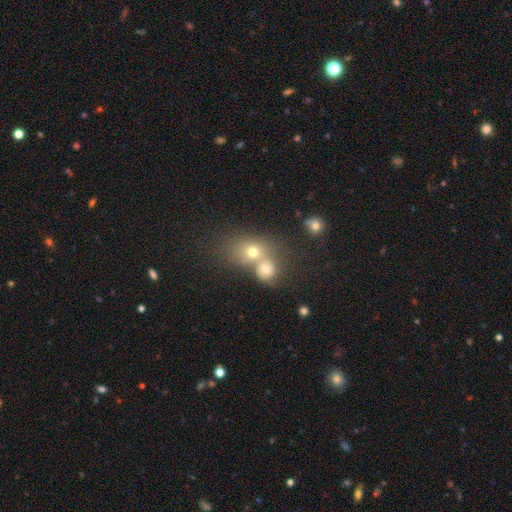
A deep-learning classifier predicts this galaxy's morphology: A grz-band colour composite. It shows a smooth galaxy with no disk features (59%) that is round (62%). Merging: merger (65%).